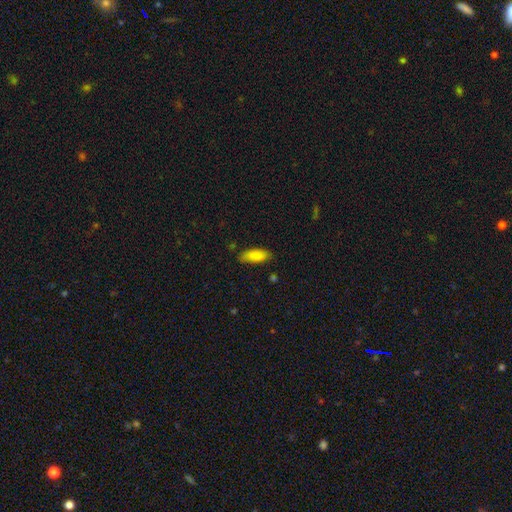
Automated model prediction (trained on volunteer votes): smooth 87%, star or artifact 7%, featured or disk 6%. Down the decision tree: how rounded — in between (76%); merging — none (80%).